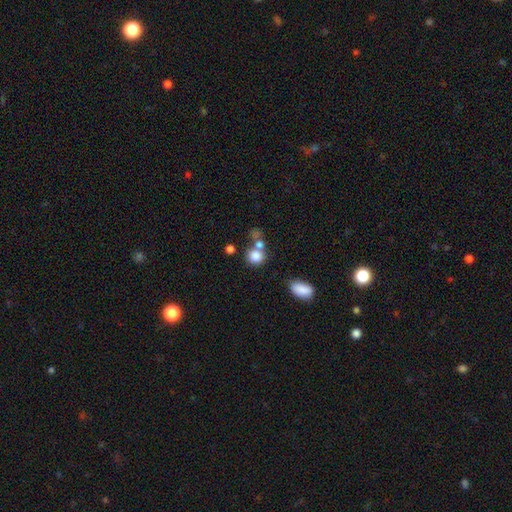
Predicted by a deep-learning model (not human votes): Smooth or featured: smooth — 81% (star or artifact — 11%)
How rounded: round — 80% (in between — 18%)
Merging: none — 49% (merger — 36%)